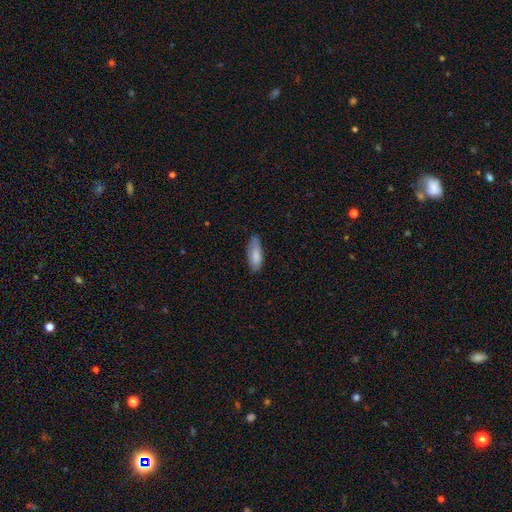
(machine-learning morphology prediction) smooth-or-featured: smooth: 84% | featured or disk: 10% | star or artifact: 6%
  how-rounded: in between: 72% | cigar-shaped: 27% | round: 2%
  merging: none: 76% | minor disturbance: 20% | major disturbance: 3% | merger: 1%